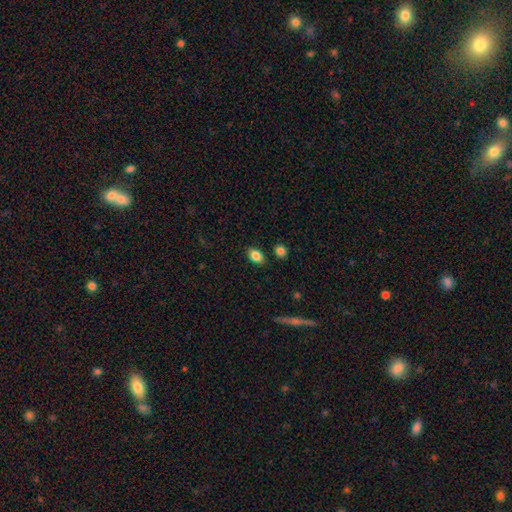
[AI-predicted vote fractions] Smooth or featured? Predicted: smooth (p=0.85). How rounded? Predicted: in between (p=0.84). Merging? Predicted: none (p=0.84).